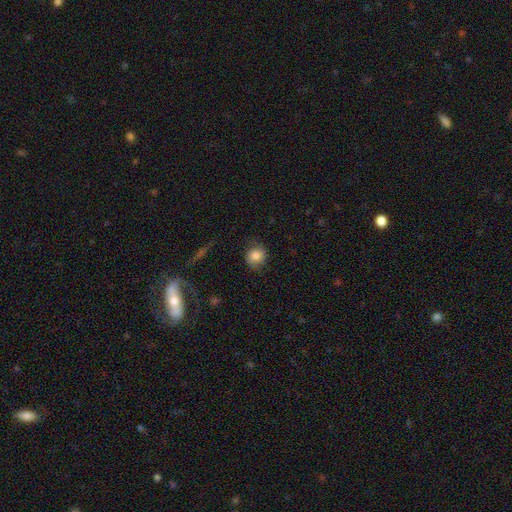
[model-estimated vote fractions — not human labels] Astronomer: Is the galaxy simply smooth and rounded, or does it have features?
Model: smooth — 78%.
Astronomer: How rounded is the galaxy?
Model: round — 76%.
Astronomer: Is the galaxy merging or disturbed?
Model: none — 75%.